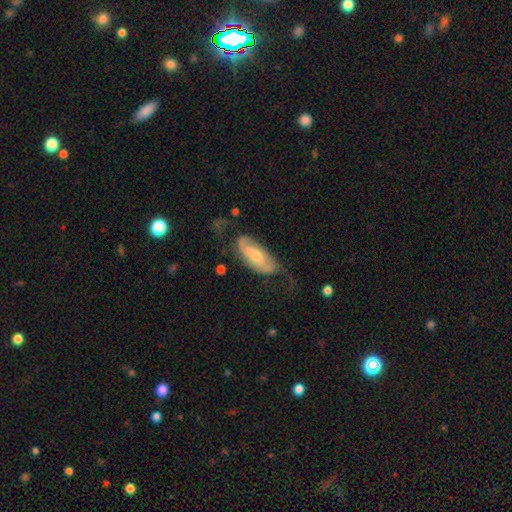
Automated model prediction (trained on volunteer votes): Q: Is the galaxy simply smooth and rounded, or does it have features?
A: featured or disk — 63%.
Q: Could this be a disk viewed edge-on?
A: no — 89%.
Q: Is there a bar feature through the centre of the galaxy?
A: no — 52%.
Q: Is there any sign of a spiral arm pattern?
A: yes — 84%.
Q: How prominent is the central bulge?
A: small — 46%.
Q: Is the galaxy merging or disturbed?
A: none — 49%.